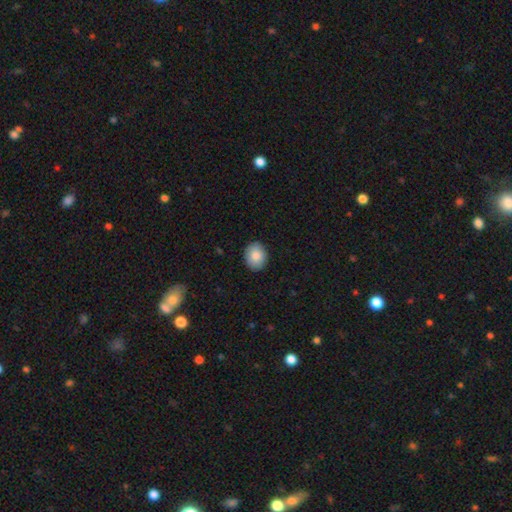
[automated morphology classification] Overall: smooth (85%). How rounded: in between (50%; round 49%). Merging: none (88%).